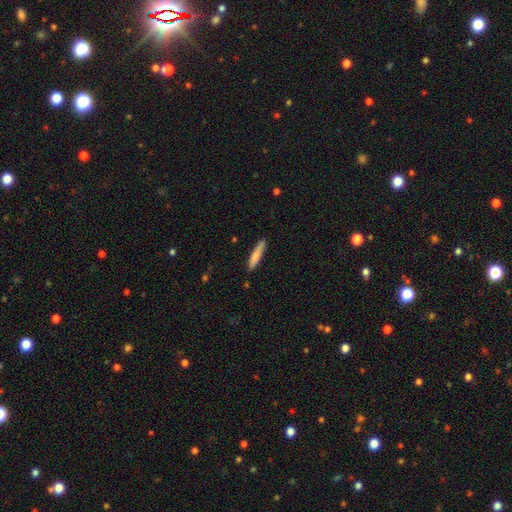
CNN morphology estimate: type=smooth (77%); roundness=cigar-shaped (90%); merging=none (85%).